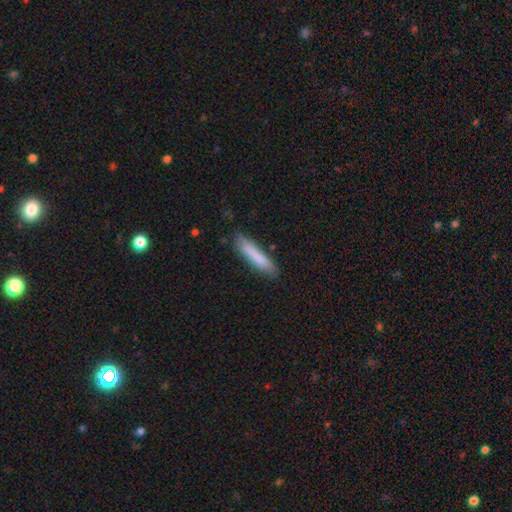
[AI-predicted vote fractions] smooth-or-featured: smooth: 80% | featured or disk: 14% | star or artifact: 6%
  how-rounded: cigar-shaped: 86% | in between: 12% | round: 1%
  merging: none: 76% | minor disturbance: 18% | major disturbance: 3% | merger: 3%